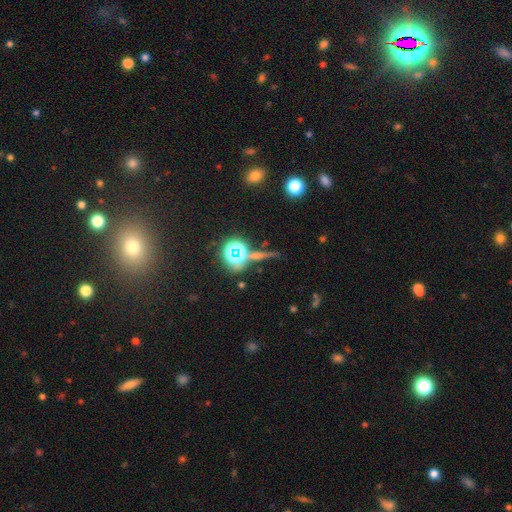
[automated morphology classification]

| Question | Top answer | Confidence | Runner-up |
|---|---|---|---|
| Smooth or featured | star or artifact | 47% | smooth (30%) |